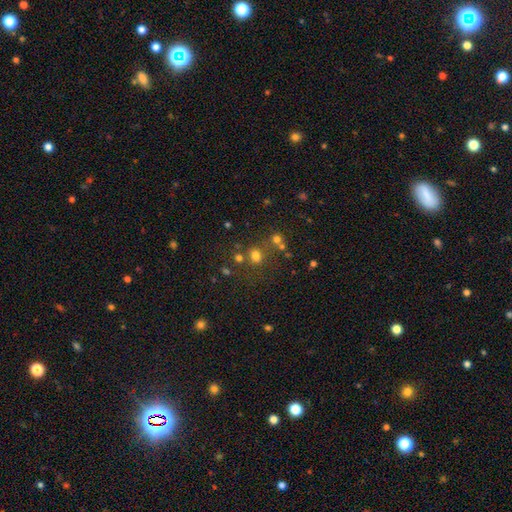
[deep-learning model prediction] Smooth or featured: smooth — 69% (star or artifact — 23%)
How rounded: round — 78% (in between — 21%)
Merging: none — 67% (merger — 17%)